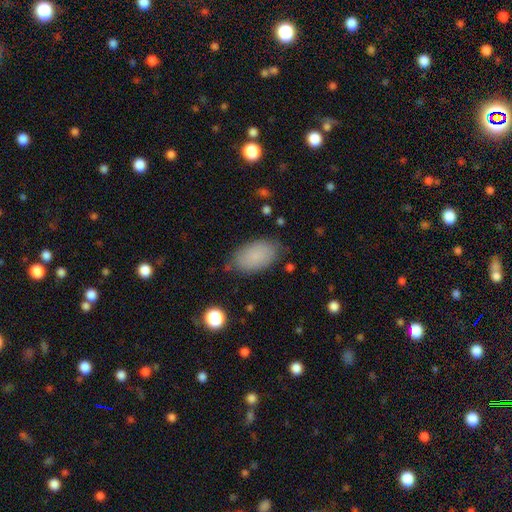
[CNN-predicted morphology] smooth 85%, star or artifact 7%, featured or disk 7%. Down the decision tree: how rounded — in between (94%); merging — none (78%).